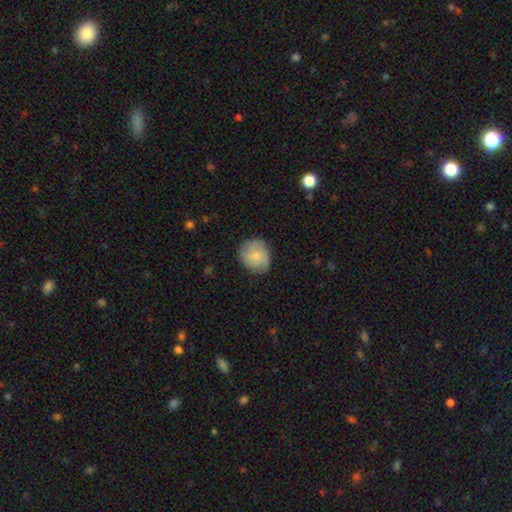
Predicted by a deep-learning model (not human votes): This appears to be a smooth galaxy with no disk features (73%) that is round (79%). Merging: none (75%).